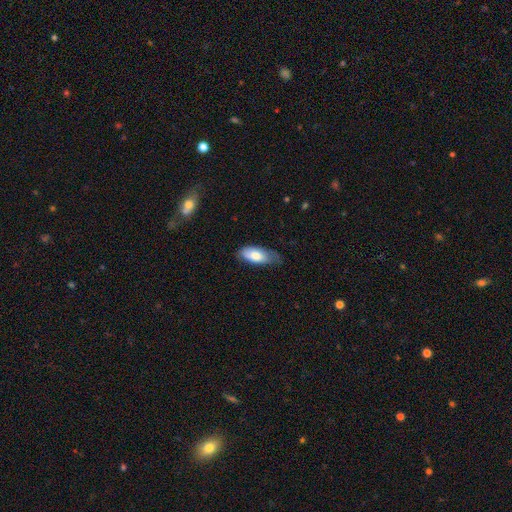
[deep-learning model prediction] Smooth or featured: smooth — 75% (featured or disk — 18%)
How rounded: in between — 85% (cigar-shaped — 12%)
Merging: none — 49% (minor disturbance — 38%)